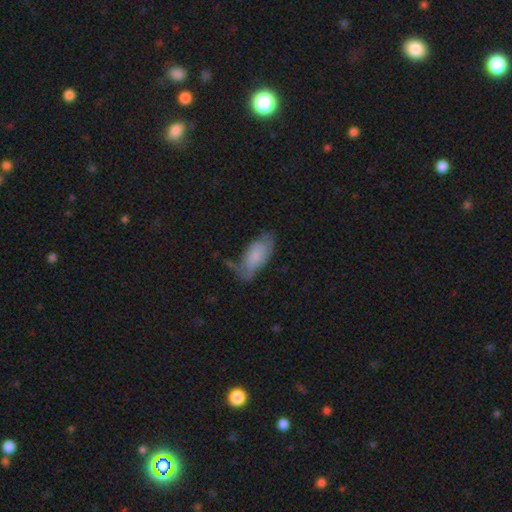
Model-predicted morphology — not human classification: smooth 70%, featured or disk 23%, star or artifact 7%. Down the decision tree: how rounded — in between (87%); merging — none (51%).